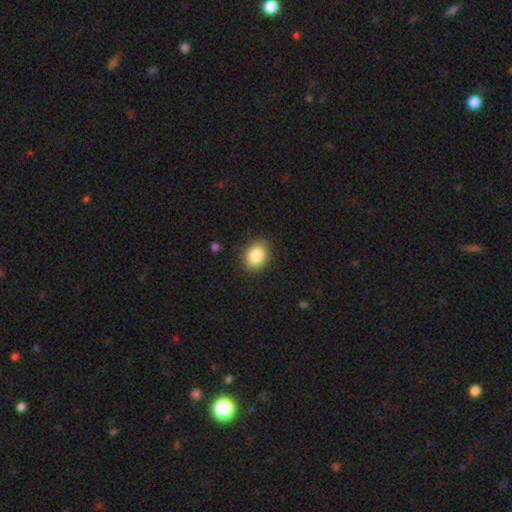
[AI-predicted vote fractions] Q: Smooth or featured?
A: smooth (85%); runner-up: star or artifact (9%)
Q: How rounded?
A: in between (54%); runner-up: round (45%)
Q: Merging?
A: none (88%); runner-up: minor disturbance (9%)